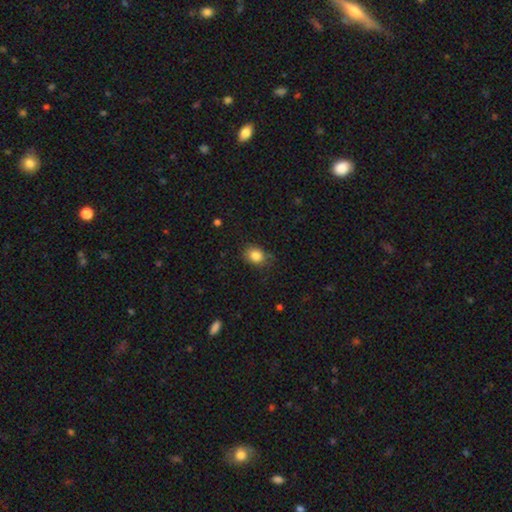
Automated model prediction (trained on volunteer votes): smooth_or_featured: smooth (p=0.84) [alt: star or artifact p=0.10]
how_rounded: in between (p=0.51) [alt: round p=0.48]
merging: none (p=0.79) [alt: minor disturbance p=0.16]